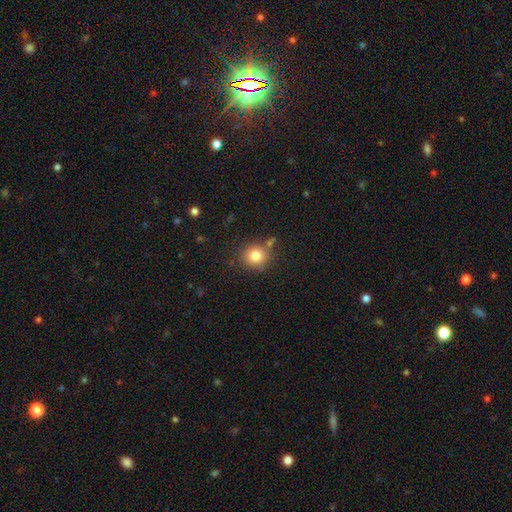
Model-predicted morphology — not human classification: A smooth galaxy with no disk features (80%) that is round (90%). Merging: none (78%).